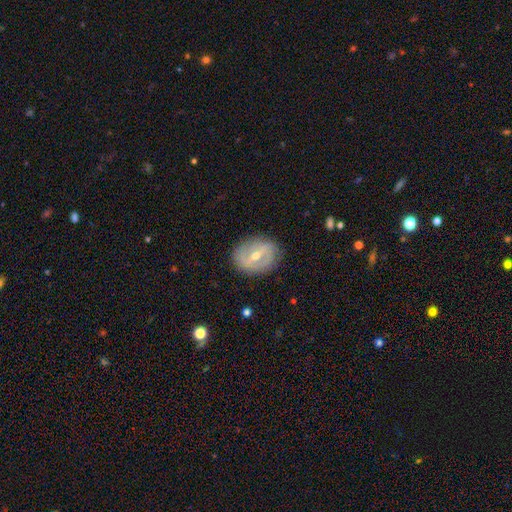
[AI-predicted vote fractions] The model was most divided on "bar": strong: 45%, weak: 41%, no: 14%. More confident: edge-on disk — no (94%); merging — none (84%); smooth or featured — featured or disk (71%); spiral arms — yes (57%); bulge size — moderate (57%).